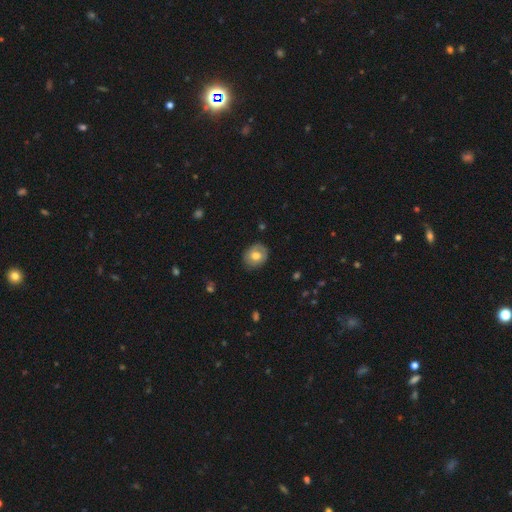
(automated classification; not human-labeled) Overall: smooth (67%). How rounded: round (65%; in between 34%). Merging: none (82%).